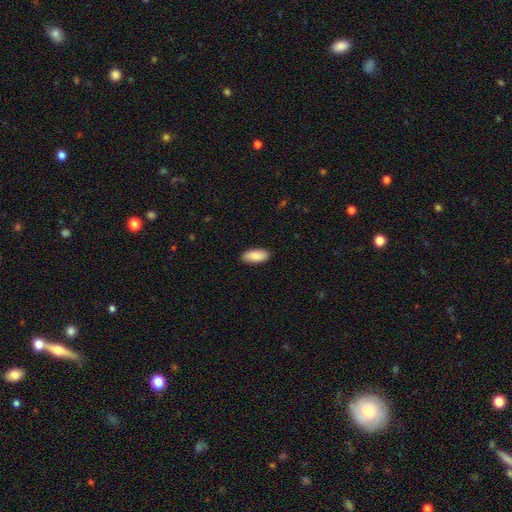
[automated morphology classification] type=smooth (88%); roundness=in between (90%); merging=none (89%).